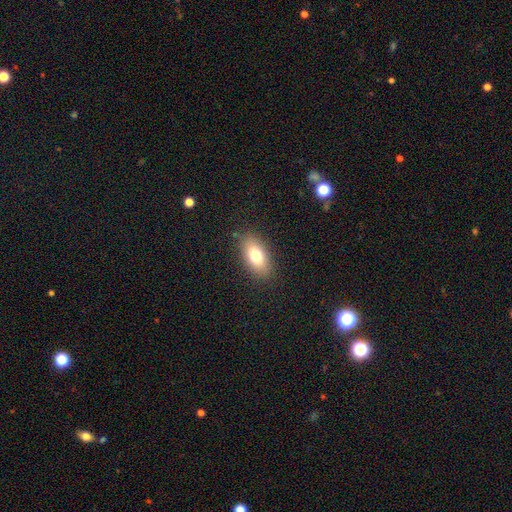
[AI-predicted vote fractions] A smooth galaxy with no disk features (75%) that is in between round and cigar-shaped (87%). Merging: none (85%).